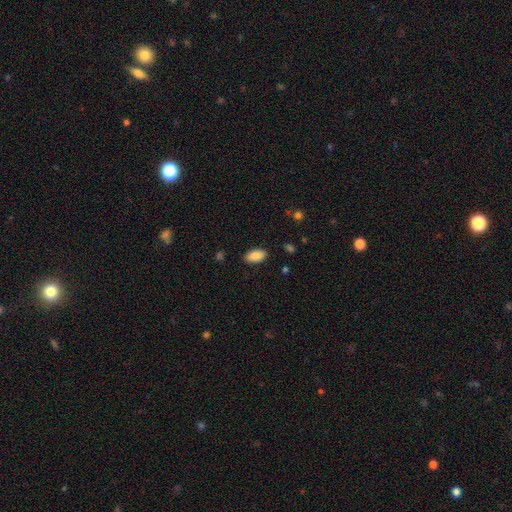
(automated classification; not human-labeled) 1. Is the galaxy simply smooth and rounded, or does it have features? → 89% smooth, 7% star or artifact, 4% featured or disk.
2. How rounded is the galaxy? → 94% in between, 3% cigar-shaped, 3% round.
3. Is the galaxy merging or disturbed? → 87% none, 10% minor disturbance, 2% major disturbance, 1% merger.